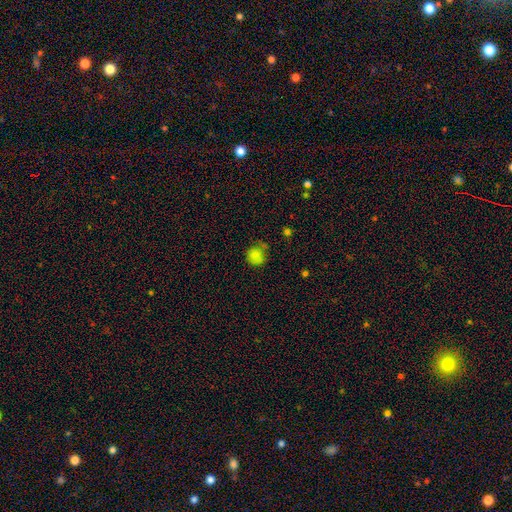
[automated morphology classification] The model was most divided on "merging": none: 62%, minor disturbance: 24%, major disturbance: 8%, merger: 7%. More confident: how rounded — round (87%); smooth or featured — smooth (80%).